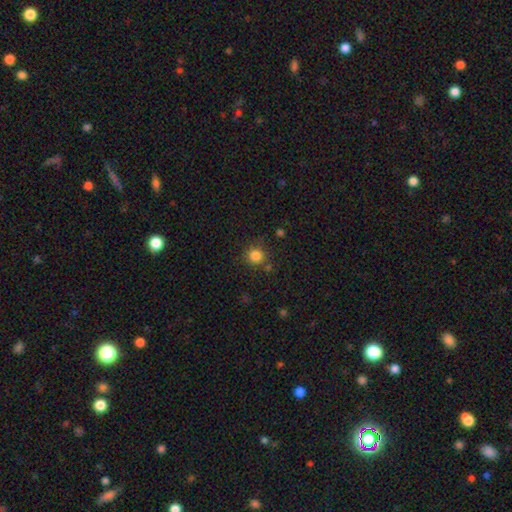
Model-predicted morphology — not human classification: A smooth galaxy with no disk features (83%) that is round (93%).

Vote fractions:
- Smooth or featured? smooth: 83% / star or artifact: 12% / featured or disk: 4%
- How rounded? round: 93% / in between: 6% / cigar-shaped: 1%
- Merging? none: 81% / minor disturbance: 10% / merger: 6% / major disturbance: 3%